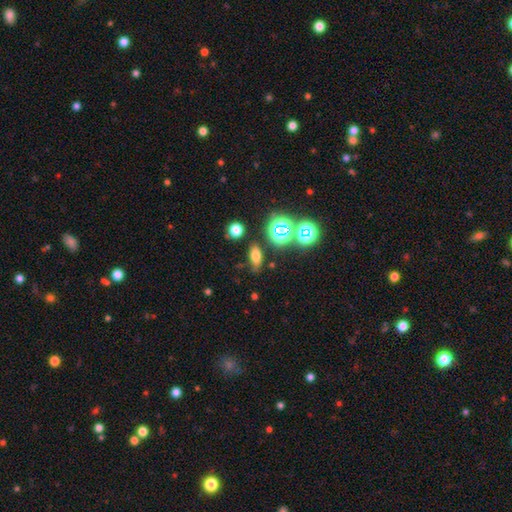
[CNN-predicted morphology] smooth-or-featured: smooth: 63% | star or artifact: 23% | featured or disk: 13%
  how-rounded: in between: 73% | cigar-shaped: 14% | round: 13%
  merging: none: 76% | minor disturbance: 14% | merger: 5% | major disturbance: 5%